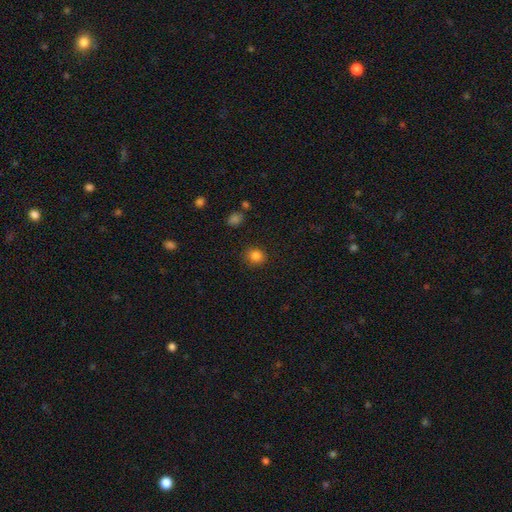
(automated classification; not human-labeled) smooth 84%, star or artifact 12%, featured or disk 5%. Down the decision tree: how rounded — round (80%); merging — none (88%).